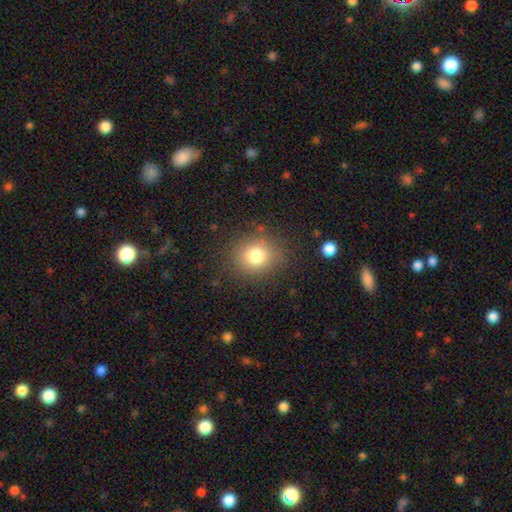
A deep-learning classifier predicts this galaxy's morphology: Q: Smooth or featured?
A: smooth (78%); runner-up: star or artifact (13%)
Q: How rounded?
A: round (76%); runner-up: in between (23%)
Q: Merging?
A: none (84%); runner-up: minor disturbance (10%)